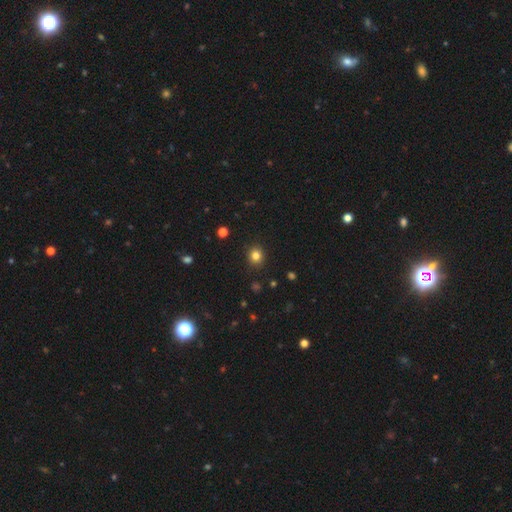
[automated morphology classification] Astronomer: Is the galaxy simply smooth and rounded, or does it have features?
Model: smooth — 82%.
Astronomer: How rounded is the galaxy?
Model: round — 82%.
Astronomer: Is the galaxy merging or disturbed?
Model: none — 90%.